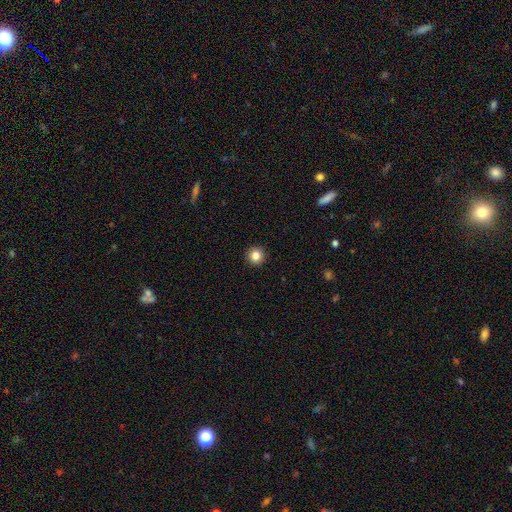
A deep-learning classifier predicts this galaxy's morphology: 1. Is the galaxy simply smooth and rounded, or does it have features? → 84% smooth, 11% star or artifact, 5% featured or disk.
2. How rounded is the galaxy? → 95% round, 5% in between, 1% cigar-shaped.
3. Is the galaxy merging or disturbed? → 93% none, 5% minor disturbance, 1% major disturbance, 1% merger.